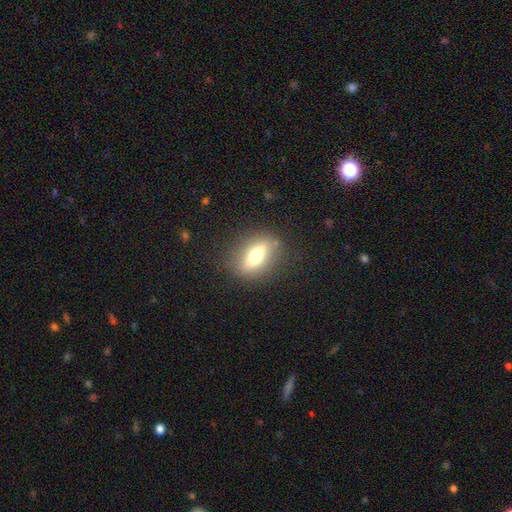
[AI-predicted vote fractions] Q: Smooth or featured?
A: smooth (56%); runner-up: featured or disk (35%)
Q: How rounded?
A: in between (64%); runner-up: cigar-shaped (22%)
Q: Merging?
A: none (83%); runner-up: minor disturbance (10%)